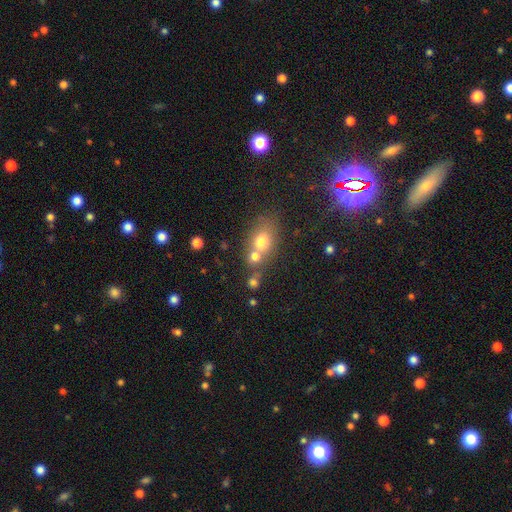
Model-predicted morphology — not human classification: Smooth or featured? Predicted: smooth (p=0.62). How rounded? Predicted: in between (p=0.49). Merging? Predicted: none (p=0.44).